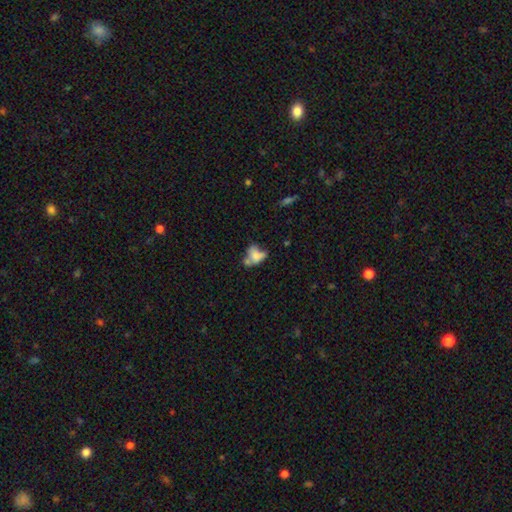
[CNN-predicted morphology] Q: Smooth or featured?
A: smooth (59%); runner-up: featured or disk (29%)
Q: How rounded?
A: in between (75%); runner-up: round (21%)
Q: Merging?
A: merger (32%); runner-up: none (28%)